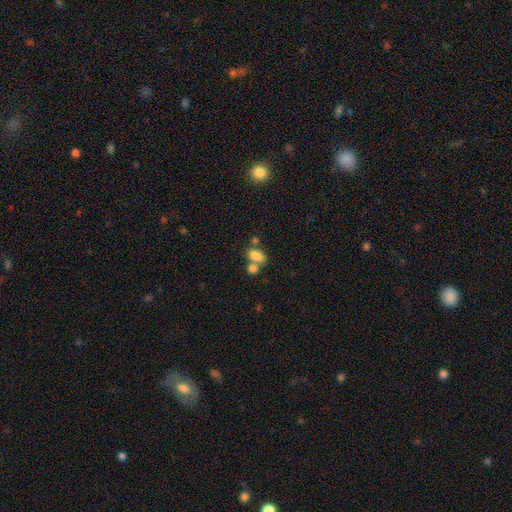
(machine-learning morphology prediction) smooth_or_featured: smooth (p=0.80) [alt: star or artifact p=0.10]
how_rounded: in between (p=0.85) [alt: round p=0.13]
merging: merger (p=0.45) [alt: none p=0.38]